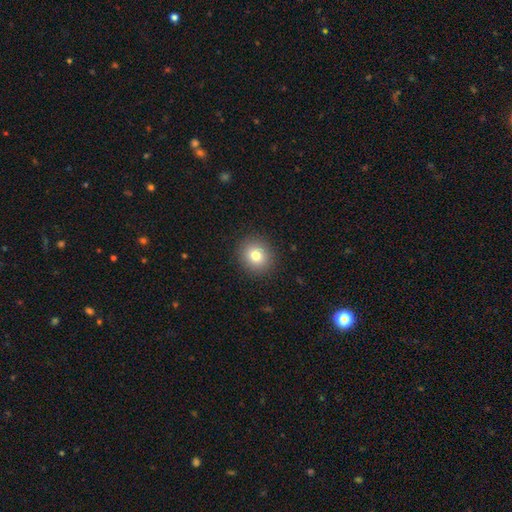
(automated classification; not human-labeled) smooth 78%, star or artifact 12%, featured or disk 10%. Down the decision tree: how rounded — round (85%); merging — none (90%).